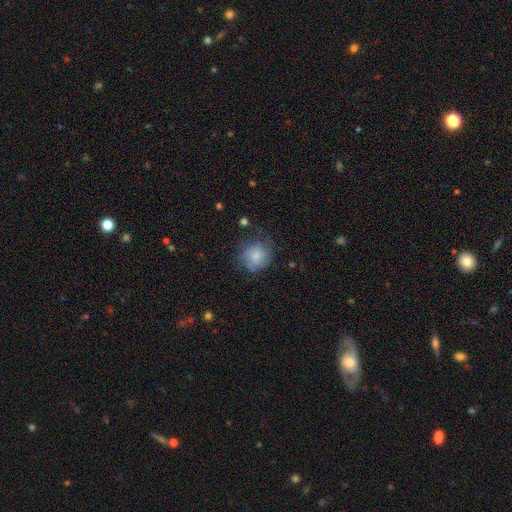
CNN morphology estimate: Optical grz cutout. It shows a smooth galaxy with no disk features (68%) that is round (78%). Merging: none (55%).